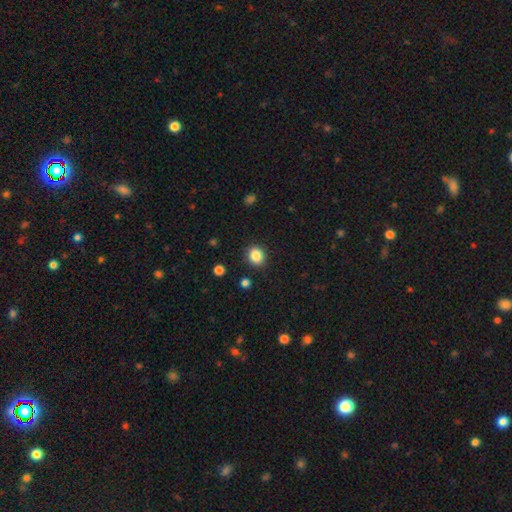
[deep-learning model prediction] This is clearly a smooth galaxy (85%). How rounded: likely round (72%). Merging: clearly none (89%).